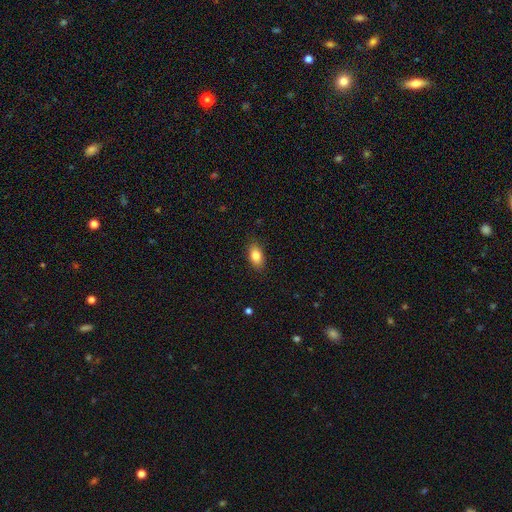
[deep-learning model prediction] This appears to be a smooth galaxy with no disk features (84%) that is in between round and cigar-shaped (90%). Merging: none (86%).